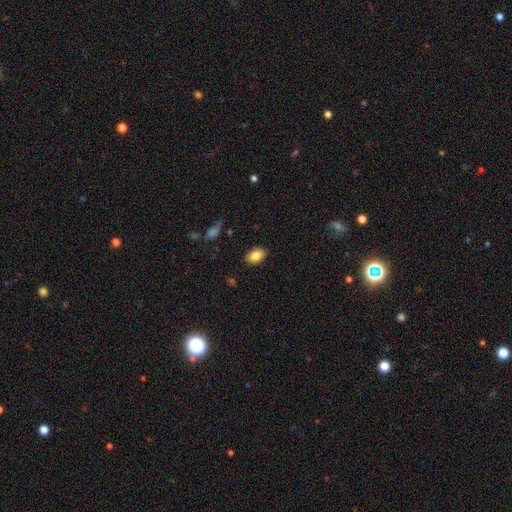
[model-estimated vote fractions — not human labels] The model was most divided on "how rounded": in between: 85%, round: 14%, cigar-shaped: 1%. More confident: merging — none (88%); smooth or featured — smooth (83%).